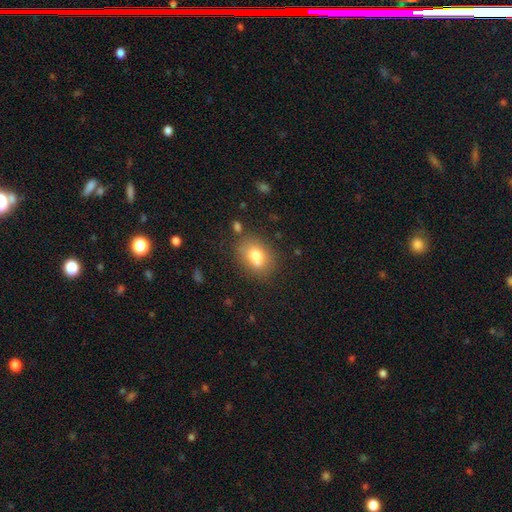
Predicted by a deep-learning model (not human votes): This is likely a smooth galaxy (73%). How rounded: possibly in between (60%). Merging: likely none (62%).